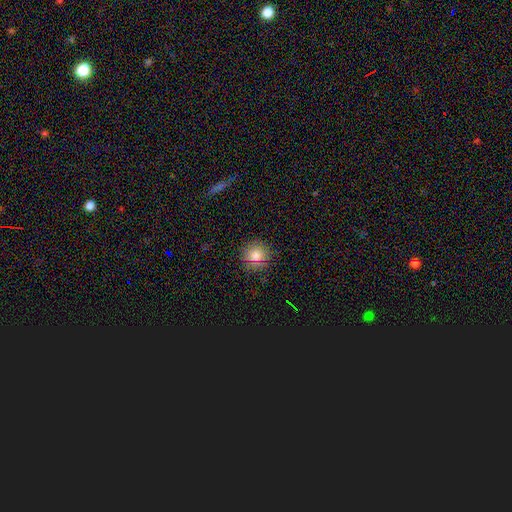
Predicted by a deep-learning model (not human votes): smooth_or_featured: smooth (p=0.77) [alt: star or artifact p=0.15]
how_rounded: round (p=0.93) [alt: in between p=0.06]
merging: none (p=0.88) [alt: minor disturbance p=0.08]